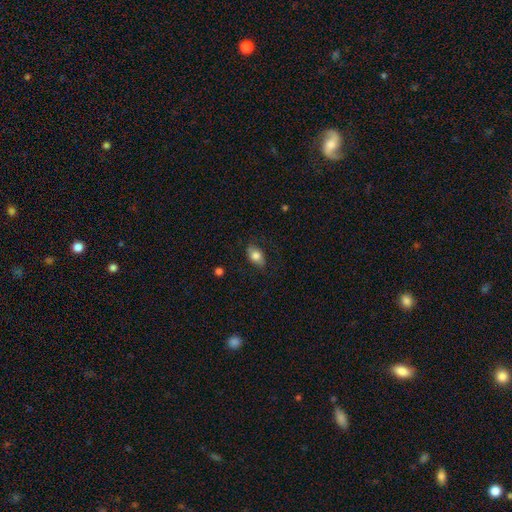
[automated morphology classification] type=smooth (78%); roundness=in between (87%); merging=none (79%).